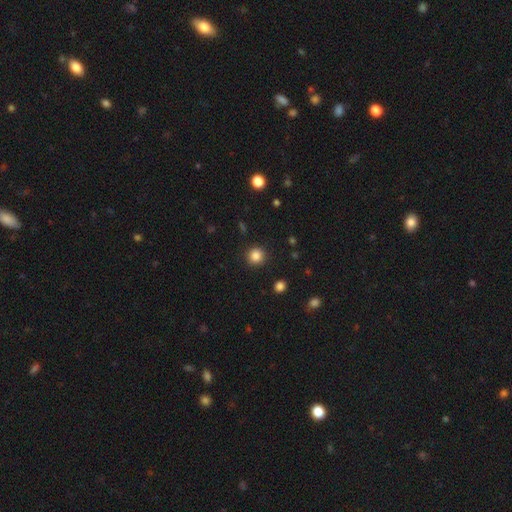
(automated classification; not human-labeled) Smooth or featured? Predicted: smooth (p=0.85). How rounded? Predicted: round (p=0.94). Merging? Predicted: none (p=0.91).